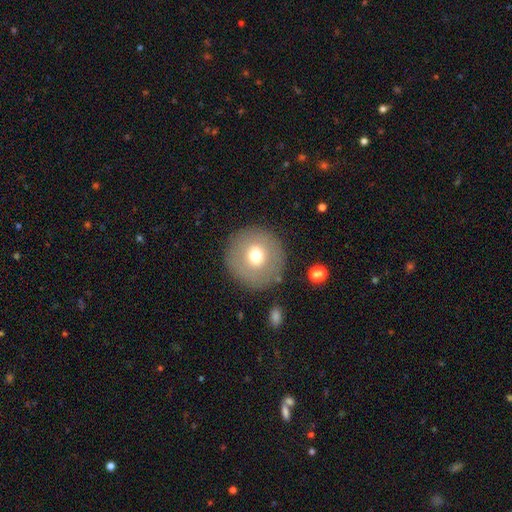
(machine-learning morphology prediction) This is likely a smooth galaxy (67%). How rounded: clearly round (95%). Merging: clearly none (87%).